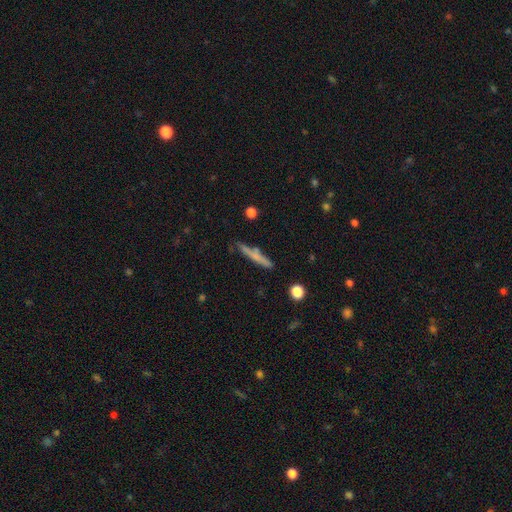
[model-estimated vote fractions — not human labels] Morphology: type=smooth (57%); roundness=cigar-shaped (93%); merging=none (76%).